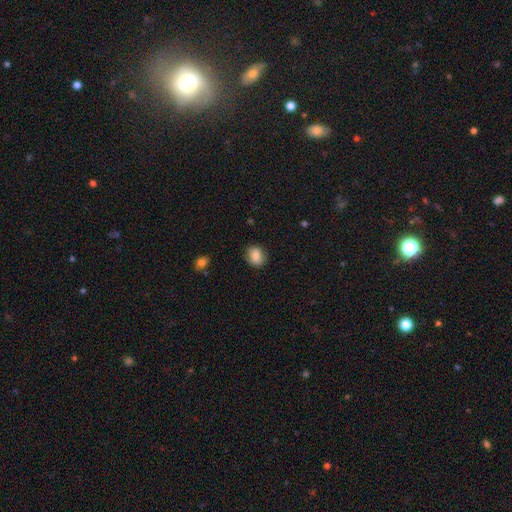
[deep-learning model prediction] smooth-or-featured: smooth: 84% | star or artifact: 9% | featured or disk: 8%
  how-rounded: round: 60% | in between: 39% | cigar-shaped: 1%
  merging: none: 86% | minor disturbance: 11% | major disturbance: 2% | merger: 1%